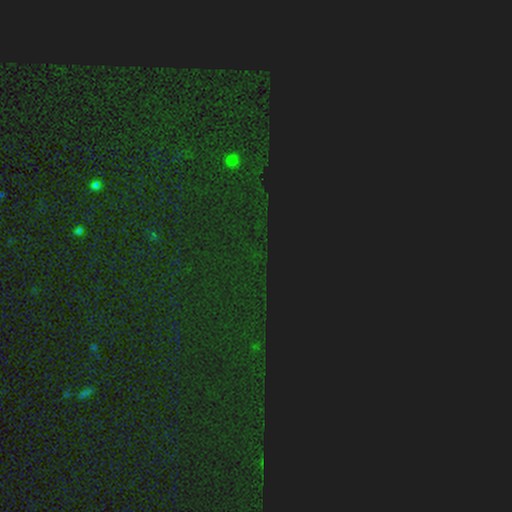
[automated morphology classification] Smooth or featured?
  - star or artifact: 85% *
  - smooth: 9%
  - featured or disk: 6%